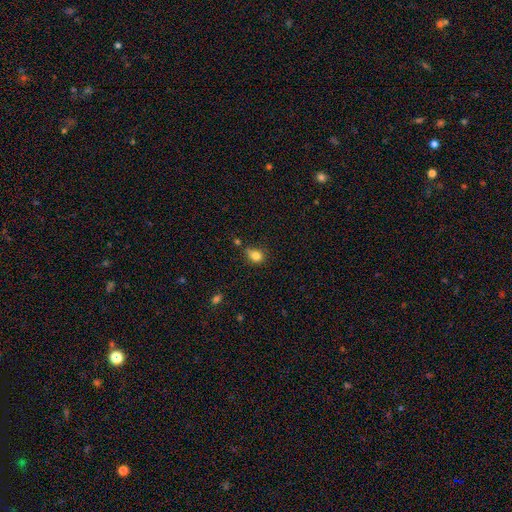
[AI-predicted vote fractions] Overall: smooth (81%). How rounded: round (54%; in between 44%). Merging: none (50%; minor disturbance 32%).